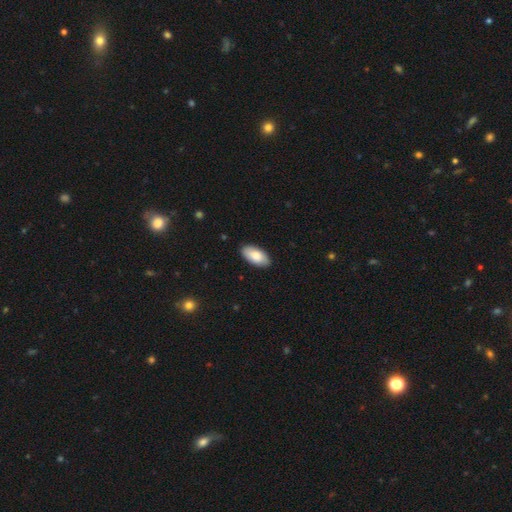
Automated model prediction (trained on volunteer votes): Smooth or featured?
  - smooth: 84% *
  - featured or disk: 11%
  - star or artifact: 5%
How rounded?
  - in between: 94% *
  - cigar-shaped: 4%
  - round: 2%
Merging?
  - none: 88% *
  - minor disturbance: 9%
  - major disturbance: 2%
  - merger: 1%